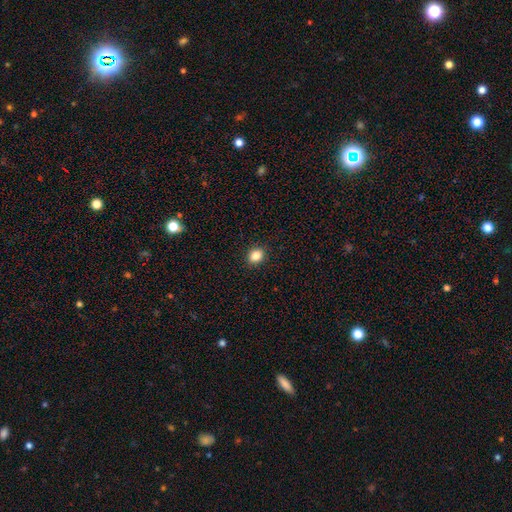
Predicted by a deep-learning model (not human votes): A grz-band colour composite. It shows a smooth galaxy with no disk features (85%) that is round (57%). Merging: none (91%).